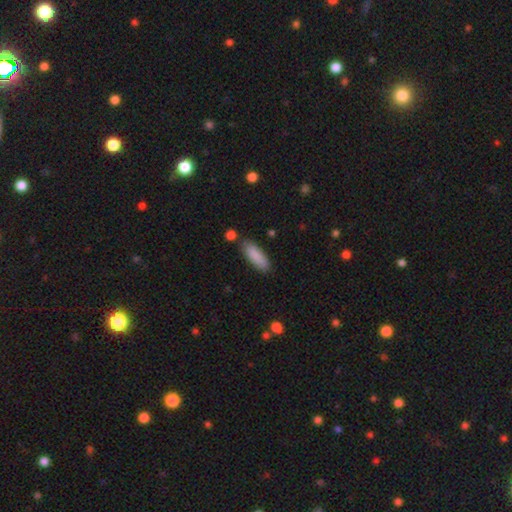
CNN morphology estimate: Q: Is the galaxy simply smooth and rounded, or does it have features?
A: smooth — 87%.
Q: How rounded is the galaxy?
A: in between — 63%.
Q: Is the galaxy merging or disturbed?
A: none — 78%.